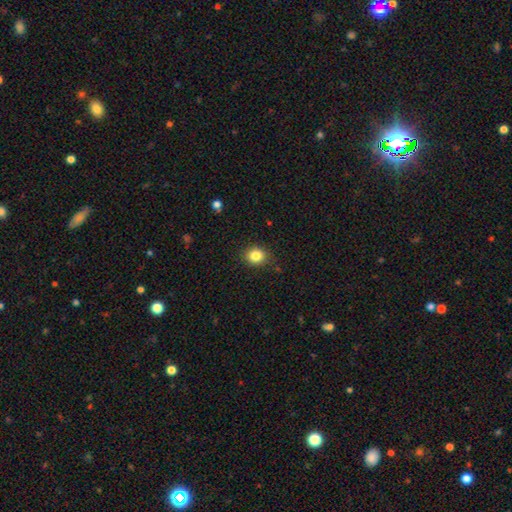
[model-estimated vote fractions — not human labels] Overall: smooth (84%). How rounded: round (72%). Merging: none (87%).